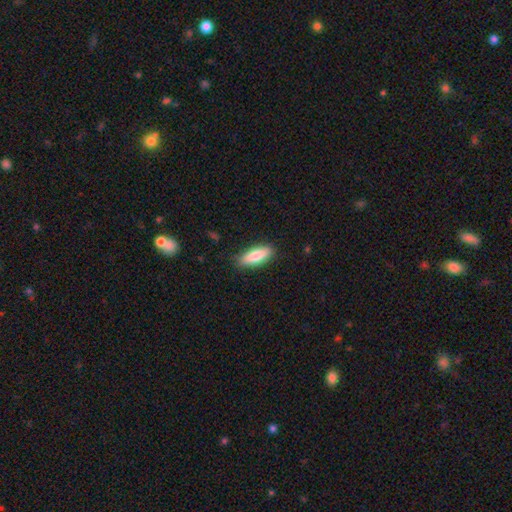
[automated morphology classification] This is likely a smooth galaxy (79%). How rounded: possibly in between (58%). Merging: clearly none (87%).